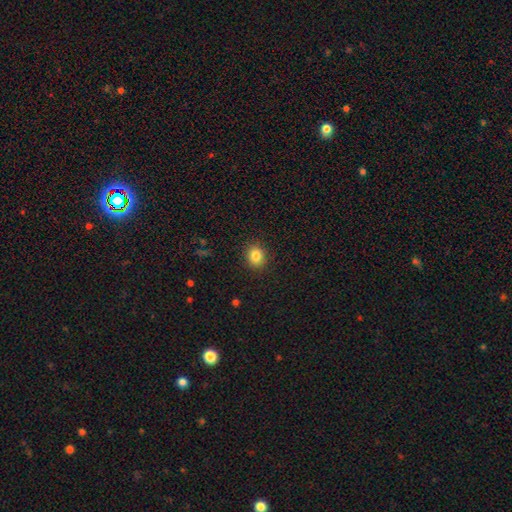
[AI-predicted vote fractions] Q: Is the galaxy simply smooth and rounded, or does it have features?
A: smooth — 84%.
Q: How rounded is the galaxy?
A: round — 67%.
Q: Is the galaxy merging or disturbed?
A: none — 90%.